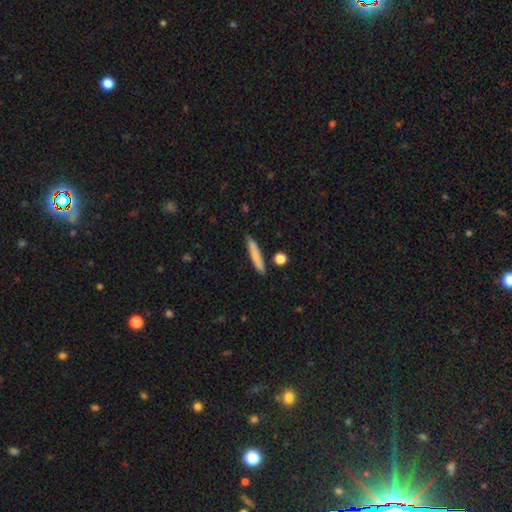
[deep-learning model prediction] smooth_or_featured: smooth (p=0.79) [alt: featured or disk p=0.14]
how_rounded: cigar-shaped (p=0.91) [alt: in between p=0.07]
merging: none (p=0.84) [alt: minor disturbance p=0.11]